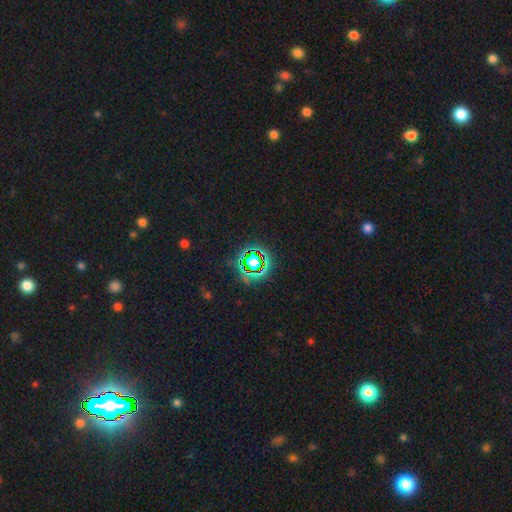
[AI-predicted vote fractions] Smooth or featured?
  - star or artifact: 75% *
  - smooth: 16%
  - featured or disk: 9%